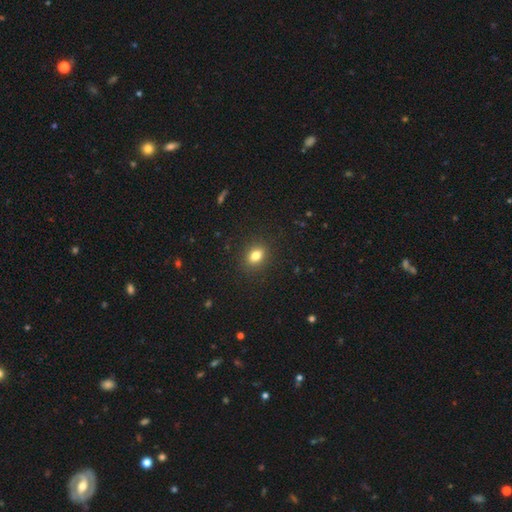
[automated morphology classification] Overall: smooth (81%). How rounded: in between (63%; round 35%). Merging: none (89%).